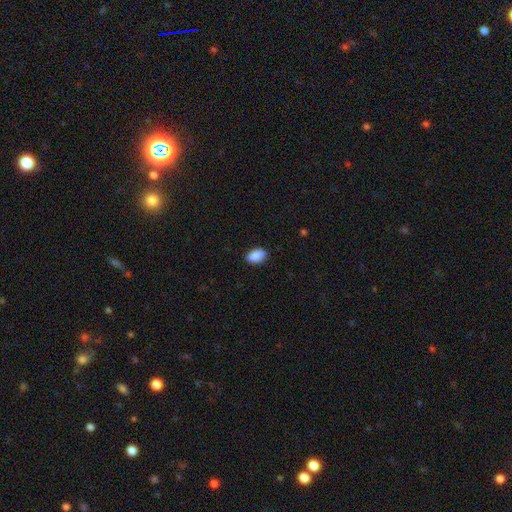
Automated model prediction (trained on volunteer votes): A smooth galaxy with no disk features (89%) that is in between round and cigar-shaped (91%). Merging: none (85%).